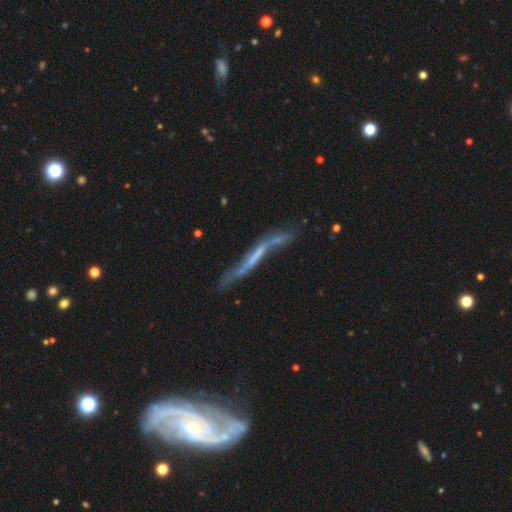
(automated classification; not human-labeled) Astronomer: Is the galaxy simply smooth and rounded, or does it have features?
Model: featured or disk — 65%.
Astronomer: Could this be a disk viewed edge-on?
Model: yes — 64%.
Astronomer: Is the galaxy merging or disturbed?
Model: none — 44% (runner-up: minor disturbance, 25%).